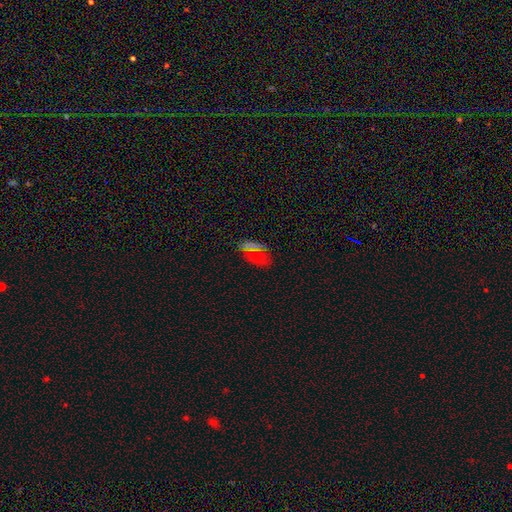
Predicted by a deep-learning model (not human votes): Smooth or featured: smooth — 56% (star or artifact — 31%)
How rounded: in between — 82% (round — 9%)
Merging: none — 52% (minor disturbance — 22%)